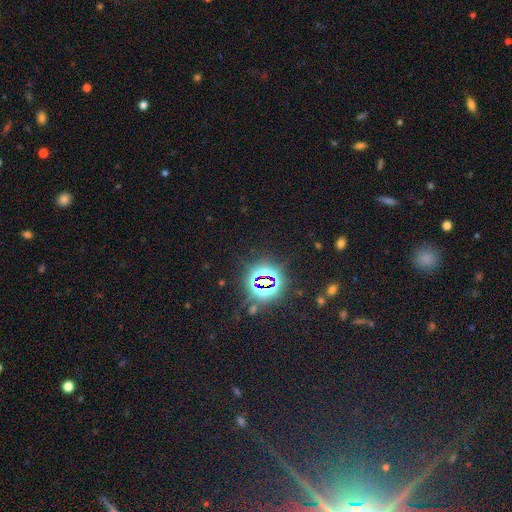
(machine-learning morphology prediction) The model was most divided on "smooth or featured": star or artifact: 76%, smooth: 15%, featured or disk: 9%.